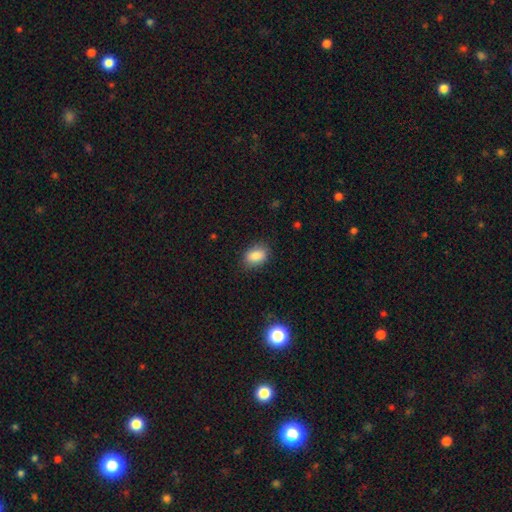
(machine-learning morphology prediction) The model was most divided on "how rounded": in between: 81%, round: 17%, cigar-shaped: 2%. More confident: smooth or featured — smooth (87%); merging — none (82%).